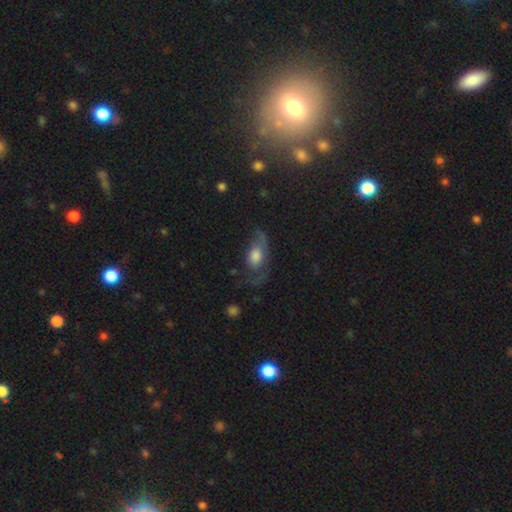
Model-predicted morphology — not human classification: featured or disk 45%, smooth 44%, star or artifact 10%. Down the decision tree: merging — none (38%).